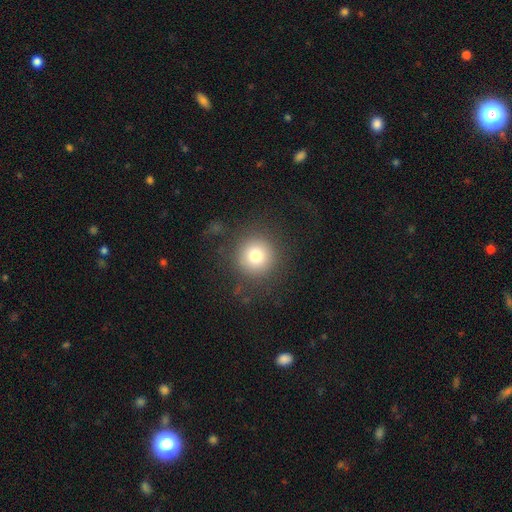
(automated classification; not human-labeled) A smooth galaxy with no disk features (77%) that is round (95%).

Vote fractions:
- Smooth or featured? smooth: 77% / star or artifact: 12% / featured or disk: 11%
- How rounded? round: 95% / in between: 4% / cigar-shaped: 1%
- Merging? none: 85% / minor disturbance: 9% / major disturbance: 5% / merger: 1%